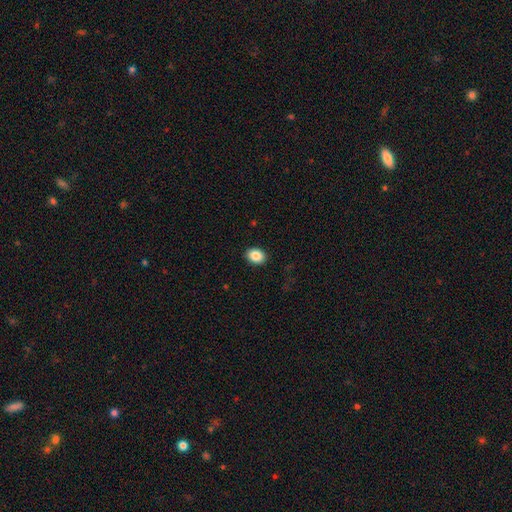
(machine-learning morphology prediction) Overall: smooth (87%). How rounded: in between (62%; round 37%). Merging: none (91%).